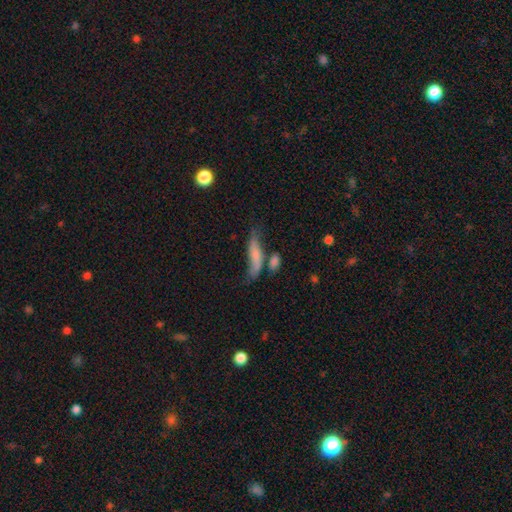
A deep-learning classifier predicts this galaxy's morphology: This is possibly a smooth galaxy (59%). How rounded: likely cigar-shaped (67%). Merging: marginally none (43%).